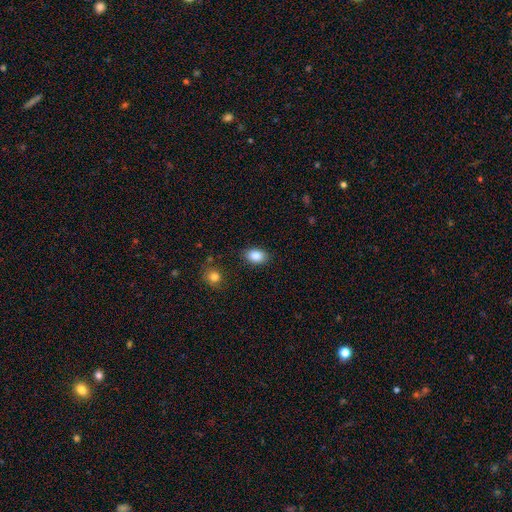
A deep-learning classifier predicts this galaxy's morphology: type=smooth (86%); roundness=in between (81%); merging=none (84%).